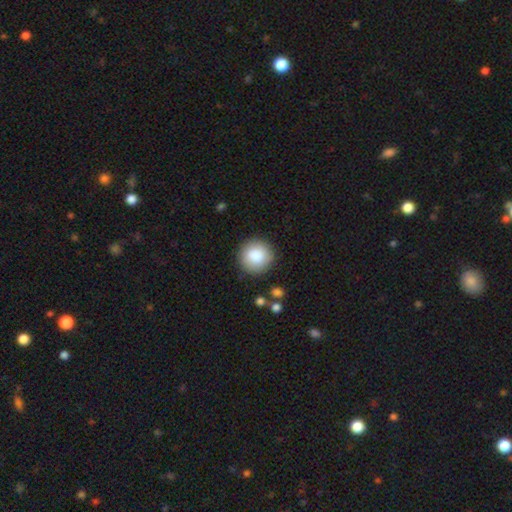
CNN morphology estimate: Smooth or featured? Predicted: smooth (p=0.86). How rounded? Predicted: round (p=0.94). Merging? Predicted: none (p=0.89).